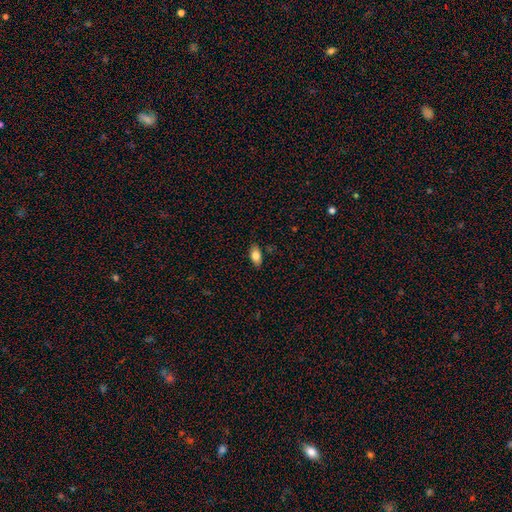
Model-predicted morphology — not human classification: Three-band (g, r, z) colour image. It shows a smooth galaxy with no disk features (80%) that is in between round and cigar-shaped (89%). Merging: none (85%).